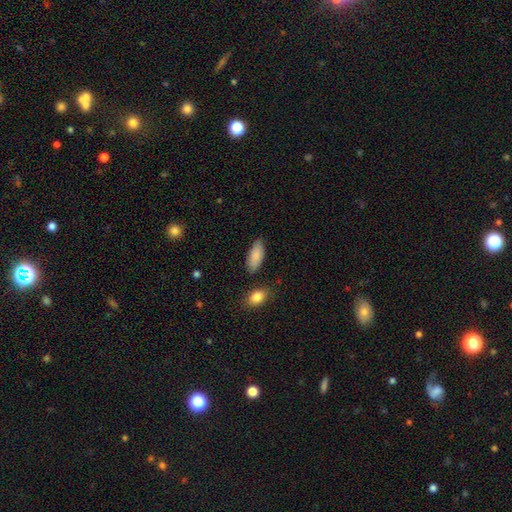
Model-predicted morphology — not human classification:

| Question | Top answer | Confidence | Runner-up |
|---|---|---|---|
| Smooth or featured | smooth | 87% | featured or disk (7%) |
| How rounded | in between | 84% | cigar-shaped (14%) |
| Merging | none | 81% | minor disturbance (13%) |